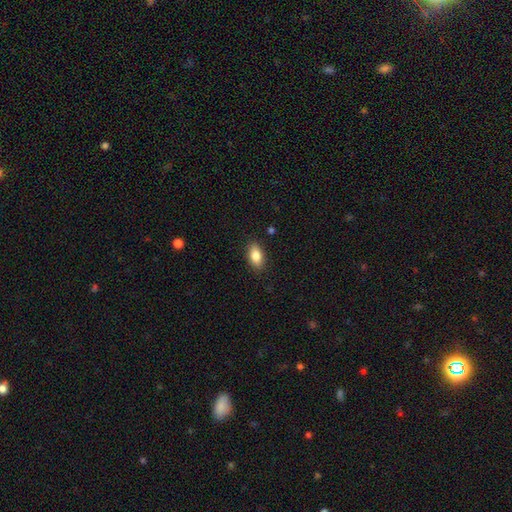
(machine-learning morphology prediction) smooth-or-featured: smooth: 84% | featured or disk: 9% | star or artifact: 7%
  how-rounded: in between: 90% | round: 5% | cigar-shaped: 5%
  merging: none: 88% | minor disturbance: 9% | major disturbance: 2% | merger: 1%